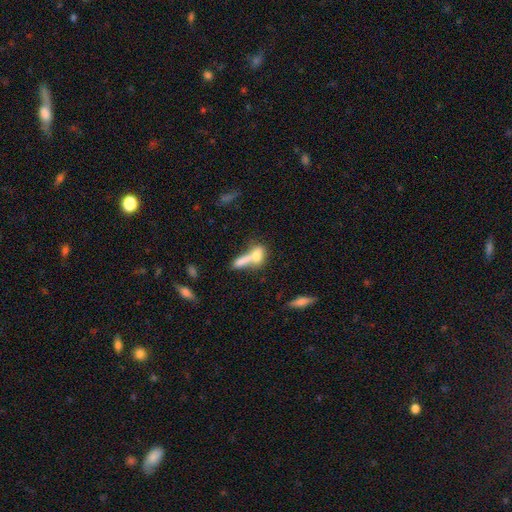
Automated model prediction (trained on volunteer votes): The model was most divided on "merging": merger: 61%, none: 25%, minor disturbance: 8%, major disturbance: 6%. More confident: smooth or featured — smooth (72%); how rounded — in between (62%).